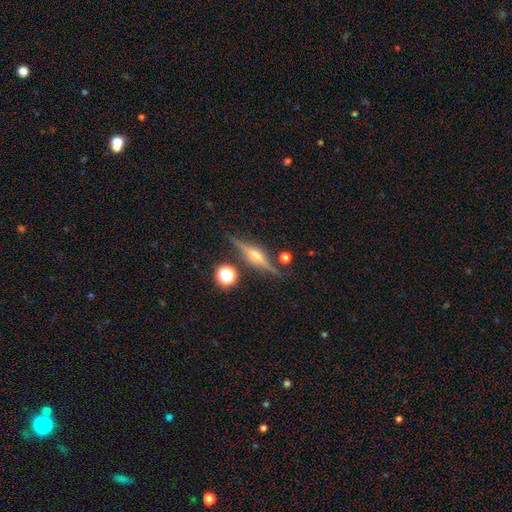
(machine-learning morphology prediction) Overall: featured or disk (81%). Edge-on disk: yes (97%). Edge-on bulge: rounded (87%). Merging: none (85%).